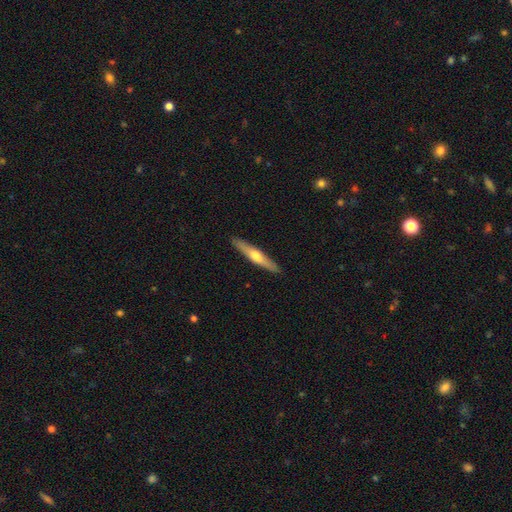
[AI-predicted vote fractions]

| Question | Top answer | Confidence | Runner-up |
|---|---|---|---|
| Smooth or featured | featured or disk | 56% | smooth (39%) |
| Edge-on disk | yes | 95% | no (5%) |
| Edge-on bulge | rounded | 88% | none (8%) |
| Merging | none | 91% | minor disturbance (6%) |